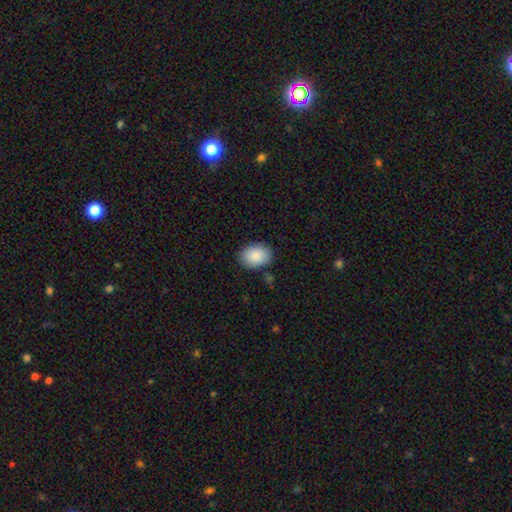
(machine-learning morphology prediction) Smooth or featured? smooth (86%)
How rounded? in between (76%)
Merging? none (84%)